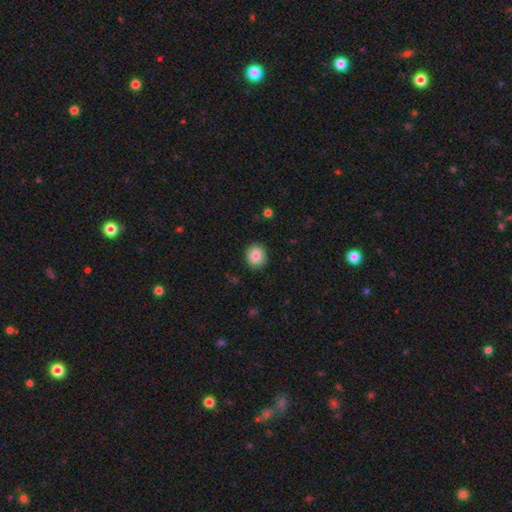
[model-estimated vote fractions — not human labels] Overall: smooth (85%). How rounded: round (76%). Merging: none (90%).